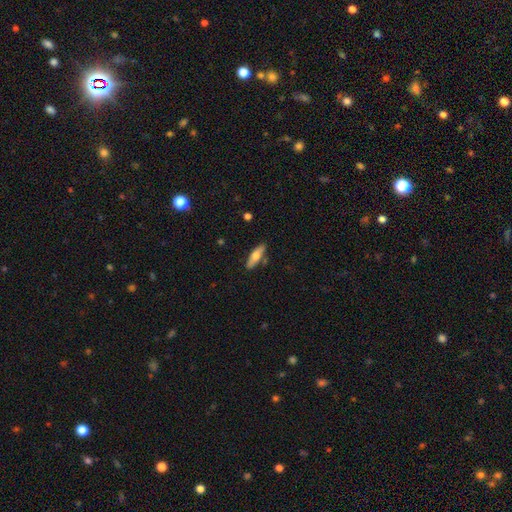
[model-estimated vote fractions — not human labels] Smooth or featured?
  - smooth: 65% *
  - featured or disk: 29%
  - star or artifact: 6%
How rounded?
  - cigar-shaped: 57% *
  - in between: 41%
  - round: 2%
Merging?
  - none: 82% *
  - minor disturbance: 12%
  - merger: 4%
  - major disturbance: 2%